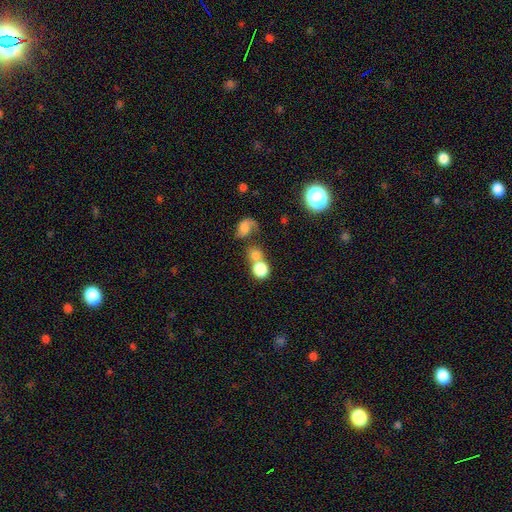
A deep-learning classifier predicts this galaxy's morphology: The model was most divided on "merging": merger: 46%, none: 38%, minor disturbance: 9%, major disturbance: 7%. More confident: how rounded — round (79%); smooth or featured — smooth (73%).